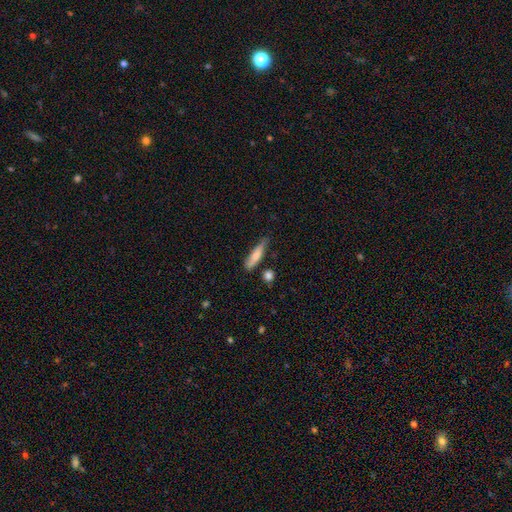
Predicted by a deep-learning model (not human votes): This is likely a smooth galaxy (72%). How rounded: likely cigar-shaped (77%). Merging: likely none (68%).